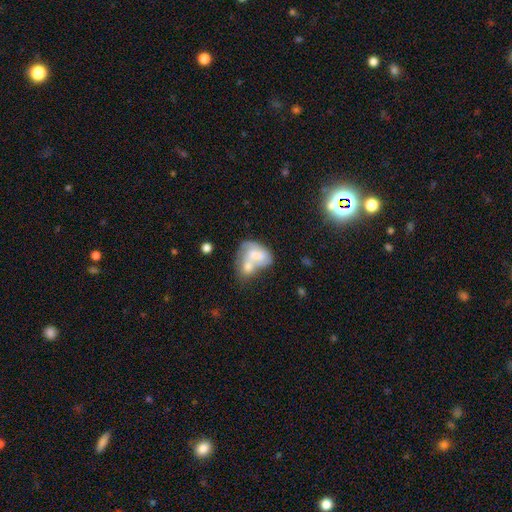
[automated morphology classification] Overall: smooth (48%; featured or disk 45%). Merging: merger (64%).